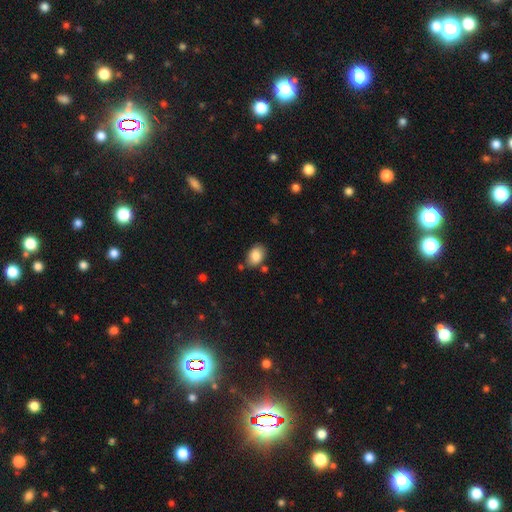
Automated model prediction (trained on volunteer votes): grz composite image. It shows a smooth galaxy with no disk features (86%) that is in between round and cigar-shaped (80%). Merging: none (76%).